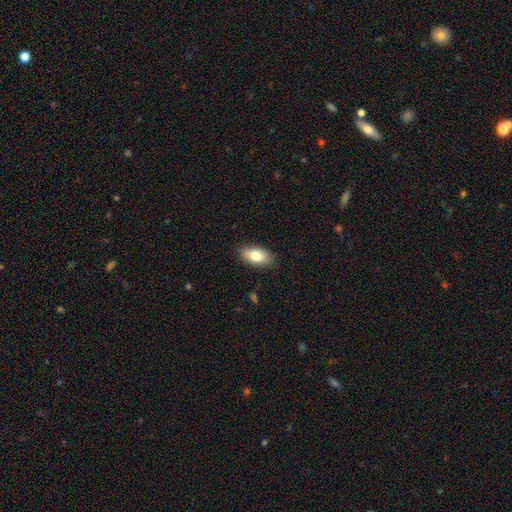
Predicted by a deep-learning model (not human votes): This appears to be a smooth galaxy with no disk features (79%) that is in between round and cigar-shaped (91%). Merging: none (88%).